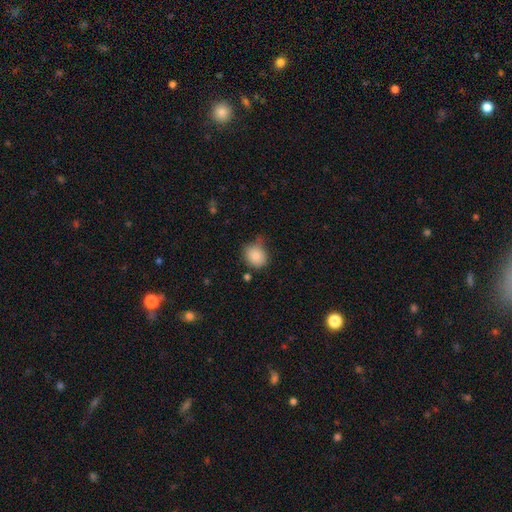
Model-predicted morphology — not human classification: A smooth galaxy with no disk features (83%) that is round (68%).

Vote fractions:
- Smooth or featured? smooth: 83% / star or artifact: 10% / featured or disk: 7%
- How rounded? round: 68% / in between: 31% / cigar-shaped: 1%
- Merging? none: 57% / minor disturbance: 30% / major disturbance: 7% / merger: 6%